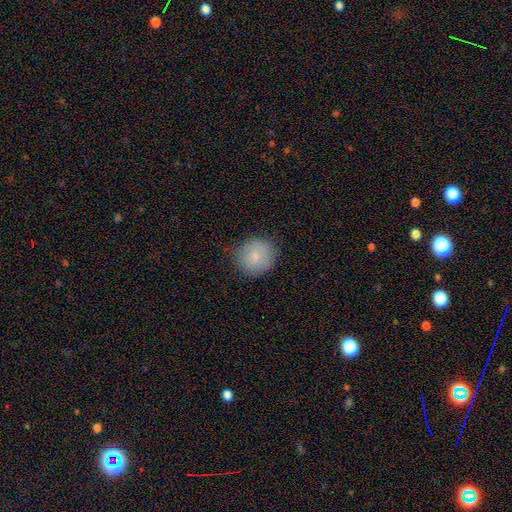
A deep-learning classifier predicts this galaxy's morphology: A smooth galaxy with no disk features (83%) that is round (83%). Merging: none (78%).